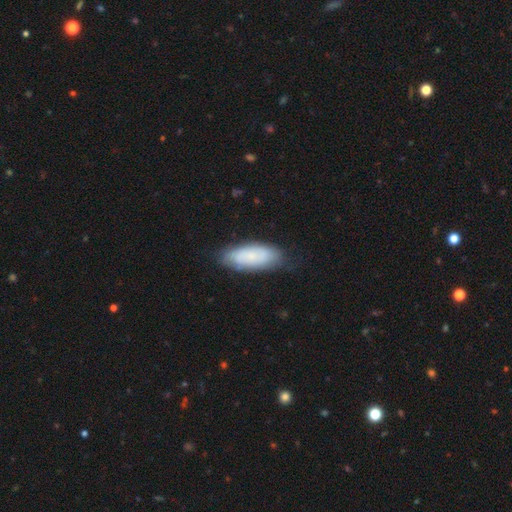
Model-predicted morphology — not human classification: A smooth galaxy with no disk features (69%) that is in between round and cigar-shaped (77%). Merging: none (76%).